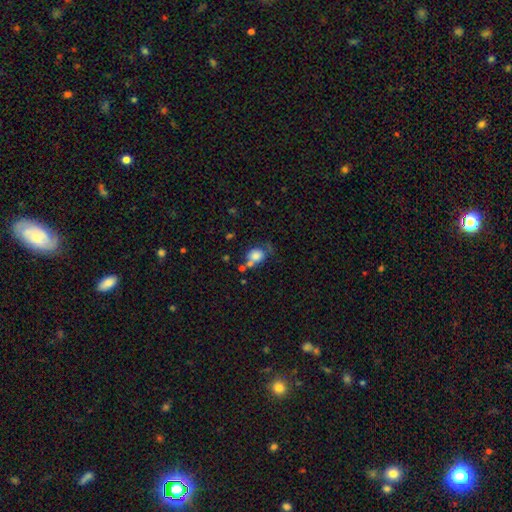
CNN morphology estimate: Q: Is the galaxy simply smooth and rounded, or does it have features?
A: smooth — 79%.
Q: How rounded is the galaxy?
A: round — 67%.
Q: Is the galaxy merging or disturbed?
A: none — 45%.